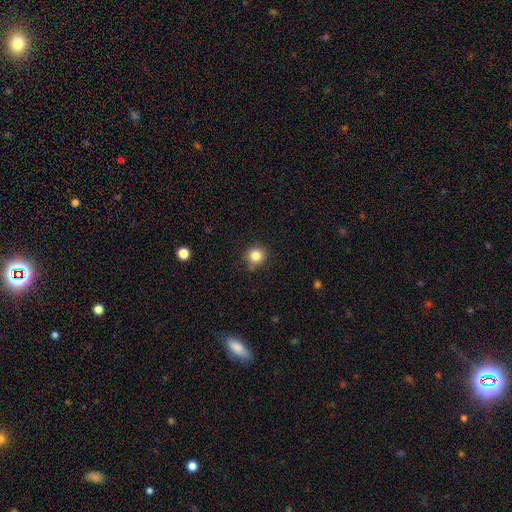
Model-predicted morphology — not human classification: smooth 83%, star or artifact 11%, featured or disk 6%. Down the decision tree: how rounded — round (91%); merging — none (80%).